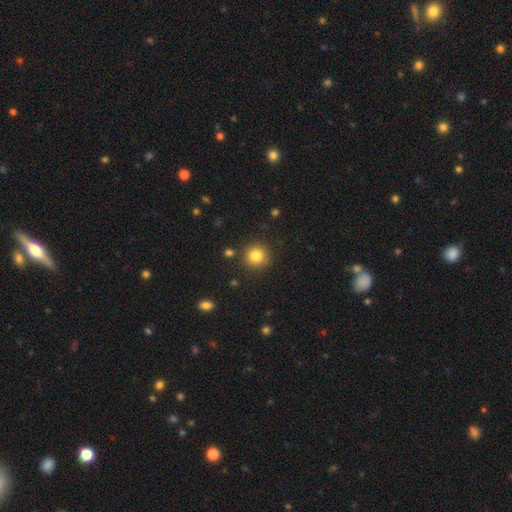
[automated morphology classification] type=smooth (83%); roundness=round (93%); merging=none (87%).